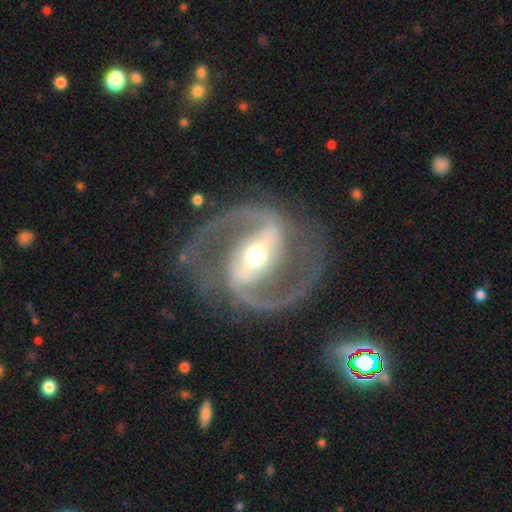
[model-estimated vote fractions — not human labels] Morphology: type=featured or disk (93%); edge-on=no (97%); bar=strong (70%); spiral arms=yes (98%); winding=medium (64%); arm count=2 (94%); bulge=moderate (62%); merging=none (82%).